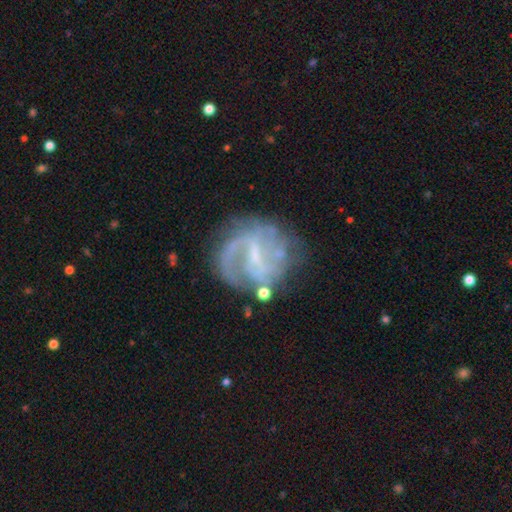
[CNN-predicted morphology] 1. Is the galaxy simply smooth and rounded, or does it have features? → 80% featured or disk, 12% smooth, 8% star or artifact.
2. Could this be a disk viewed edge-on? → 98% no, 2% yes.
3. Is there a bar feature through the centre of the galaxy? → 51% weak, 30% strong, 19% no.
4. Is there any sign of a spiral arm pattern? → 83% yes, 17% no.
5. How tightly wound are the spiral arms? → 41% medium, 32% loose, 27% tight.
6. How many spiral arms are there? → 51% 2, 22% can't tell, 13% 1, 8% 3, 3% 4, 3% more than 4.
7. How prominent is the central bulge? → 50% small, 32% none, 16% moderate, 2% large, 1% dominant.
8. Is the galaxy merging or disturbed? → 61% none, 19% minor disturbance, 16% major disturbance, 4% merger.